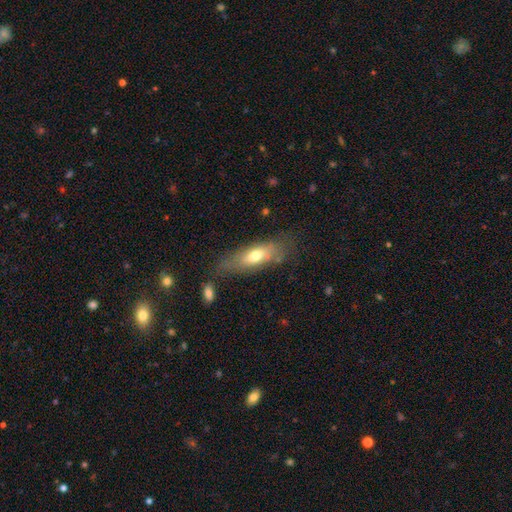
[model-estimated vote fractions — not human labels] smooth_or_featured: smooth (p=0.64) [alt: featured or disk p=0.29]
how_rounded: in between (p=0.60) [alt: cigar-shaped p=0.37]
merging: none (p=0.62) [alt: minor disturbance p=0.23]